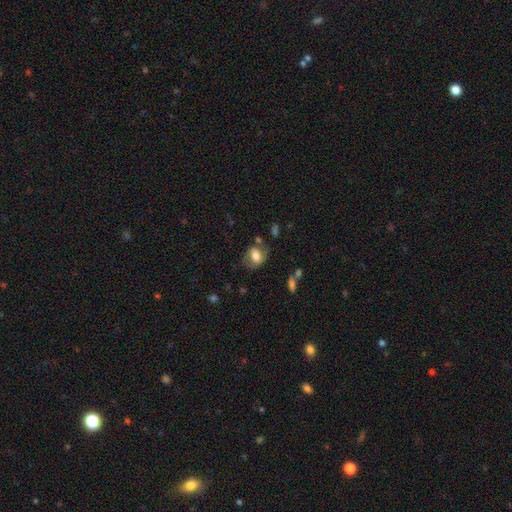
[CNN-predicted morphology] Smooth or featured?
  - smooth: 53% *
  - featured or disk: 38%
  - star or artifact: 8%
How rounded?
  - in between: 71% *
  - round: 27%
  - cigar-shaped: 2%
Merging?
  - none: 56% *
  - minor disturbance: 23%
  - major disturbance: 15%
  - merger: 6%